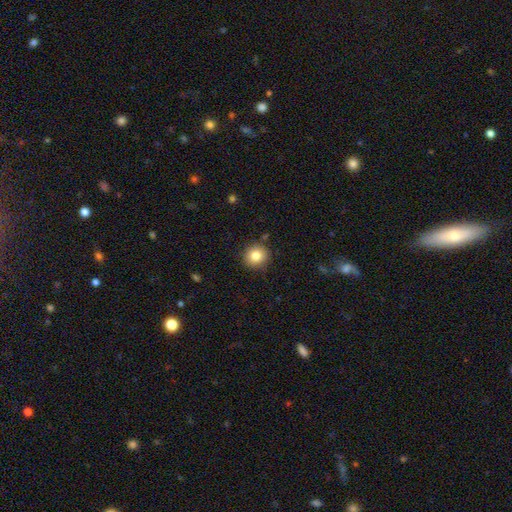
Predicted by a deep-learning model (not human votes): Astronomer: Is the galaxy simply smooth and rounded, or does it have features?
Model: smooth — 82%.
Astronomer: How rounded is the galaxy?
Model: round — 92%.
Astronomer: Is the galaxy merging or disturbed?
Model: none — 88%.